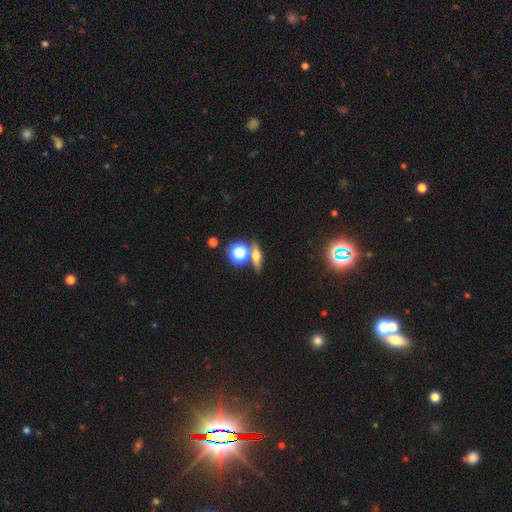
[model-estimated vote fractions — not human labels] The model was most divided on "smooth or featured": smooth: 43%, featured or disk: 38%, star or artifact: 19%. More confident: merging — none (71%).